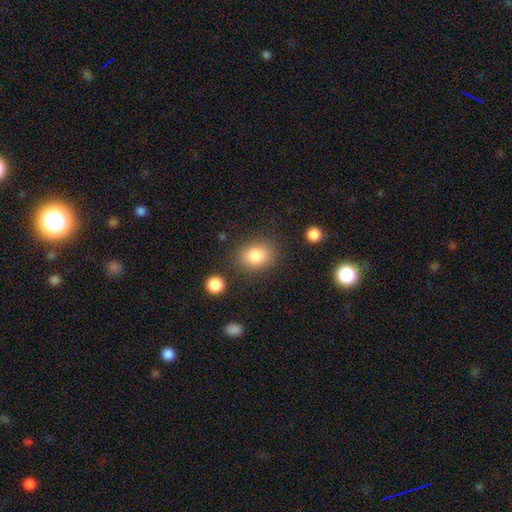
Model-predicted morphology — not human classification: smooth-or-featured: smooth: 84% | star or artifact: 9% | featured or disk: 7%
  how-rounded: in between: 53% | round: 46% | cigar-shaped: 1%
  merging: none: 81% | minor disturbance: 11% | major disturbance: 4% | merger: 4%